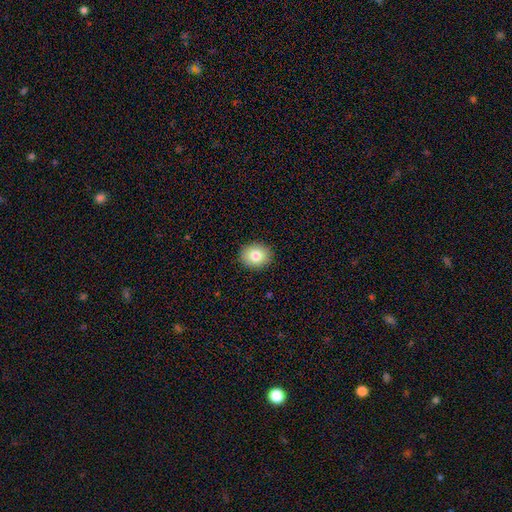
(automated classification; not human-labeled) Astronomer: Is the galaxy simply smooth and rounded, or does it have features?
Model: smooth — 82%.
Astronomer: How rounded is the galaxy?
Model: round — 62% (runner-up: in between, 37%).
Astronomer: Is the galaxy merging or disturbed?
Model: none — 91%.